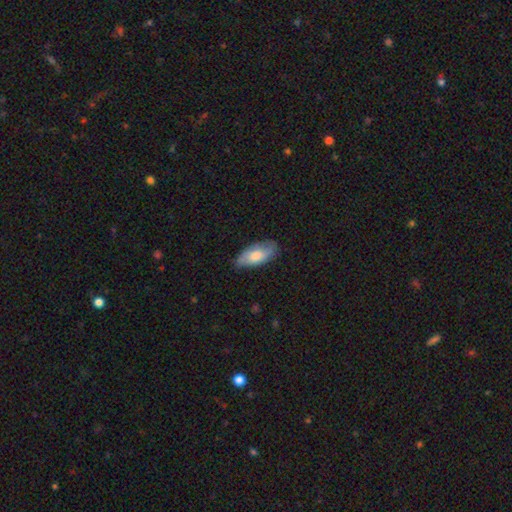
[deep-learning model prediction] Smooth or featured?
  - smooth: 64% *
  - featured or disk: 30%
  - star or artifact: 6%
How rounded?
  - in between: 89% *
  - cigar-shaped: 8%
  - round: 3%
Merging?
  - none: 72% *
  - minor disturbance: 23%
  - major disturbance: 4%
  - merger: 1%